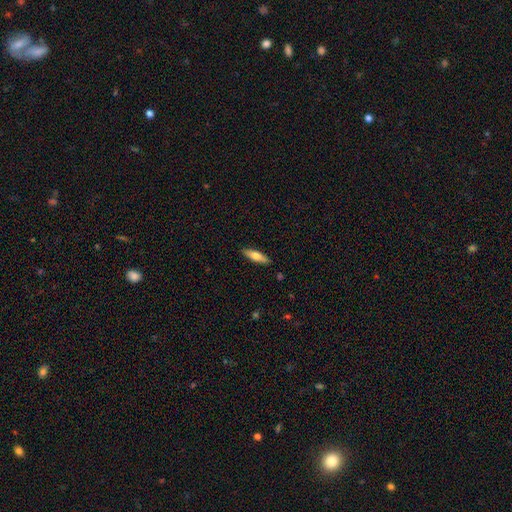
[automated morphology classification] Smooth or featured: smooth — 65% (featured or disk — 29%)
How rounded: cigar-shaped — 65% (in between — 33%)
Merging: none — 89% (minor disturbance — 8%)